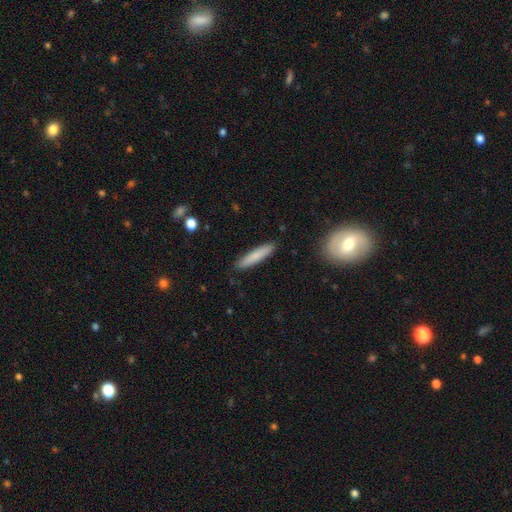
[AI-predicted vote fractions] smooth-or-featured: smooth: 79% | featured or disk: 15% | star or artifact: 6%
  how-rounded: cigar-shaped: 89% | in between: 10% | round: 1%
  merging: none: 90% | minor disturbance: 7% | major disturbance: 2% | merger: 1%